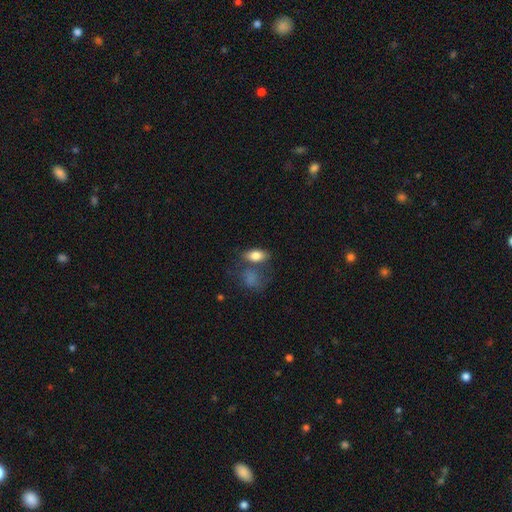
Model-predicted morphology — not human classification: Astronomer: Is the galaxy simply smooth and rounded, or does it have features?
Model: smooth — 81%.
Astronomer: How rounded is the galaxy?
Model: in between — 87%.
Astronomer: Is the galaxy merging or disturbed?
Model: none — 58%.